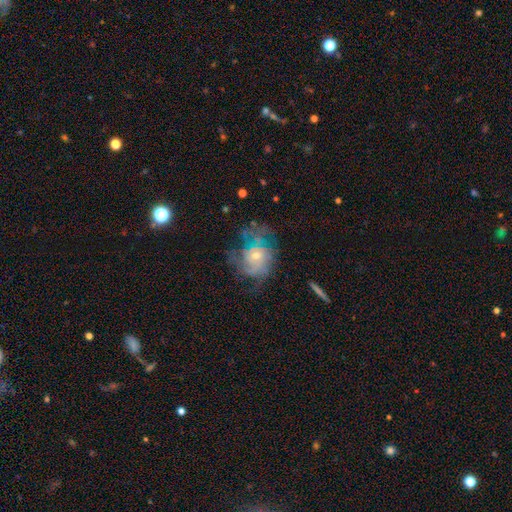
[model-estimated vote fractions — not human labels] A featured or disk galaxy (68%) with no bar (80%), spiral arms (73%) and a small central bulge (61%).

Vote fractions:
- Smooth or featured? featured or disk: 68% / smooth: 20% / star or artifact: 12%
- Edge-on disk? no: 97% / yes: 3%
- Bar? no: 80% / weak: 17% / strong: 3%
- Spiral arms? yes: 73% / no: 27%
- Bulge size? small: 61% / moderate: 33% / none: 3% / large: 2% / dominant: 1%
- Merging? none: 50% / major disturbance: 26% / minor disturbance: 21% / merger: 3%